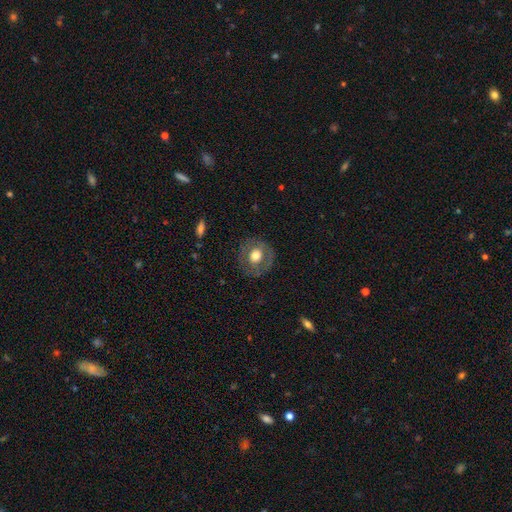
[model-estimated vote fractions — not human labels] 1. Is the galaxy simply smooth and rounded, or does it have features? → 55% smooth, 38% featured or disk, 8% star or artifact.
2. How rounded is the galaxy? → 82% round, 17% in between, 1% cigar-shaped.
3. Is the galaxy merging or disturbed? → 80% none, 13% minor disturbance, 6% major disturbance, 1% merger.